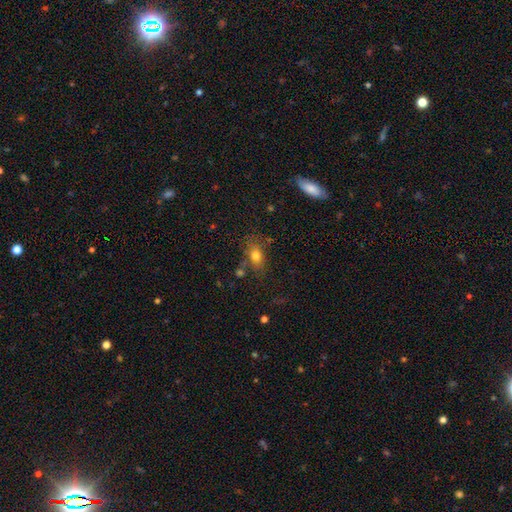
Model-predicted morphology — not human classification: A smooth galaxy with no disk features (75%) that is in between round and cigar-shaped (72%).

Vote fractions:
- Smooth or featured? smooth: 75% / featured or disk: 12% / star or artifact: 12%
- How rounded? in between: 72% / round: 24% / cigar-shaped: 4%
- Merging? none: 66% / minor disturbance: 18% / merger: 9% / major disturbance: 7%